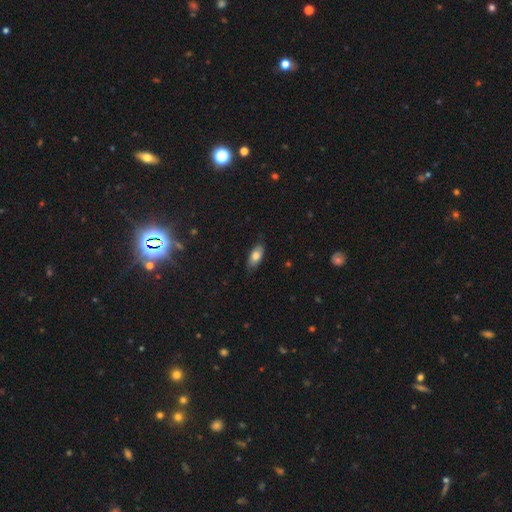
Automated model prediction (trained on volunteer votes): Smooth or featured? smooth (76%)
How rounded? in between (87%)
Merging? none (79%)